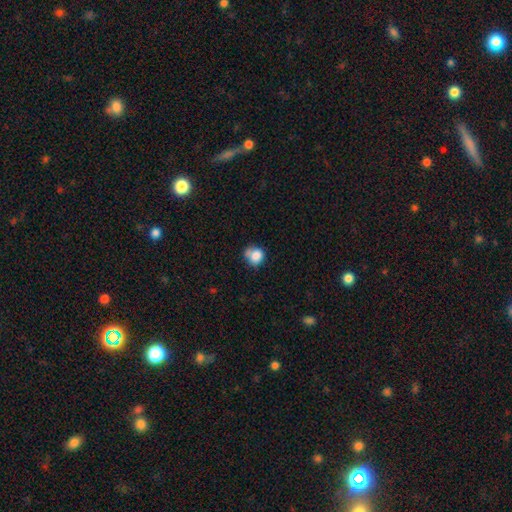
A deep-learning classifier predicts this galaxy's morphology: The model was most divided on "merging": none: 45%, minor disturbance: 25%, merger: 21%, major disturbance: 9%. More confident: smooth or featured — smooth (81%); how rounded — round (74%).